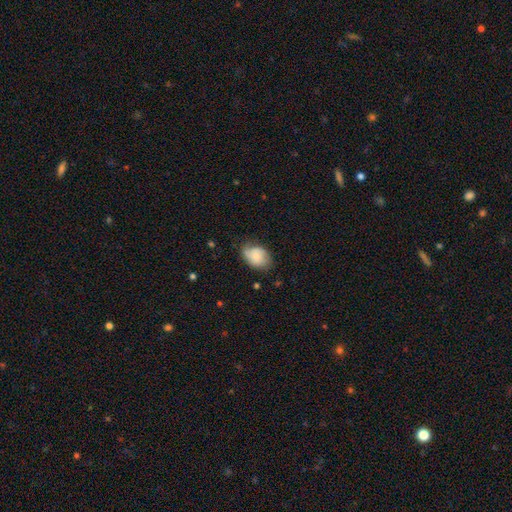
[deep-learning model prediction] This is likely a smooth galaxy (65%). How rounded: likely in between (74%). Merging: likely none (61%).